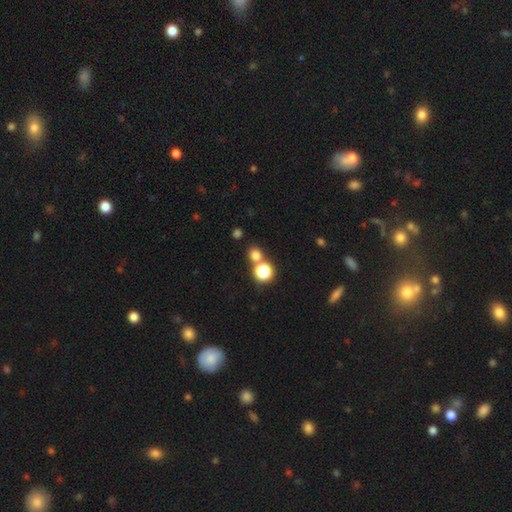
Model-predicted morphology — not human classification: smooth 73%, star or artifact 20%, featured or disk 7%. Down the decision tree: how rounded — round (82%); merging — none (63%).